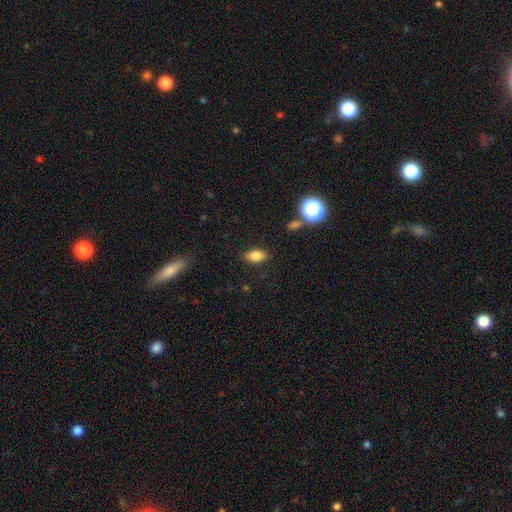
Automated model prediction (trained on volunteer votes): The model was most divided on "smooth or featured": smooth: 81%, star or artifact: 10%, featured or disk: 8%. More confident: how rounded — in between (86%); merging — none (84%).